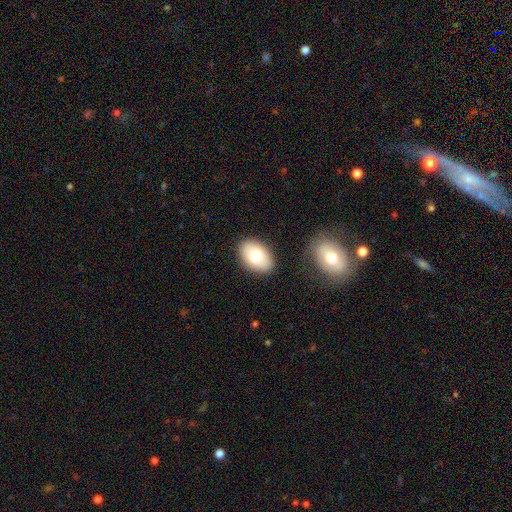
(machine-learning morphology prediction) smooth 73%, featured or disk 19%, star or artifact 7%. Down the decision tree: how rounded — in between (88%); merging — none (84%).